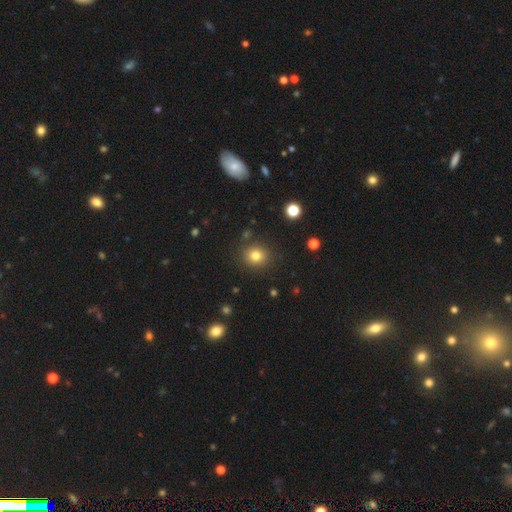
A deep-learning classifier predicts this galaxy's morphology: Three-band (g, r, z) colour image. It shows a smooth galaxy with no disk features (80%) that is round (85%). Merging: none (87%).